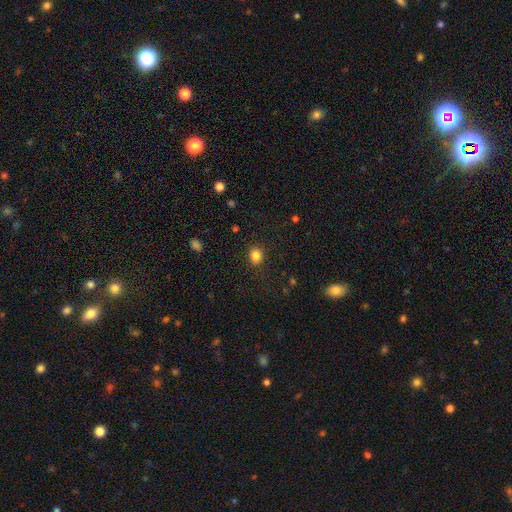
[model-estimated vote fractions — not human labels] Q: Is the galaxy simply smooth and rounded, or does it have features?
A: smooth — 84%.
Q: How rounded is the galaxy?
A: round — 66%.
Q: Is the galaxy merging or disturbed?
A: none — 88%.